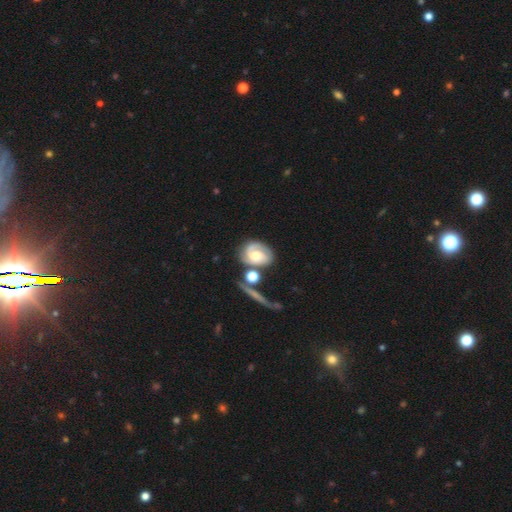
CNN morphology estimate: type=featured or disk (73%); edge-on=no (96%); bar=no (64%); spiral arms=yes (92%); winding=tight (54%); arm count=2 (58%); bulge=moderate (56%); merging=none (52%).